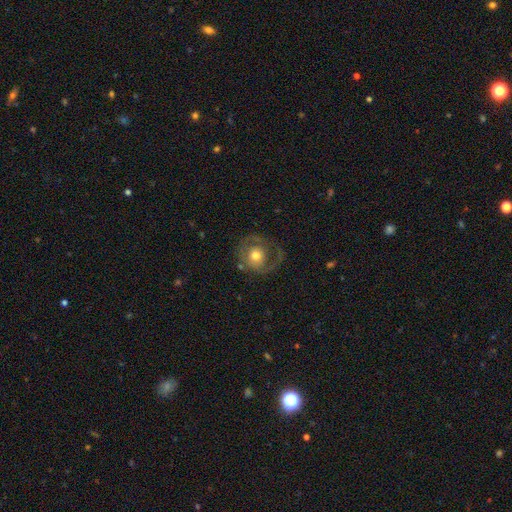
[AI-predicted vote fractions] smooth_or_featured: featured or disk (p=0.50) [alt: smooth p=0.43]
disk_edge_on: no (p=0.96) [alt: yes p=0.04]
merging: none (p=0.55) [alt: major disturbance p=0.23]